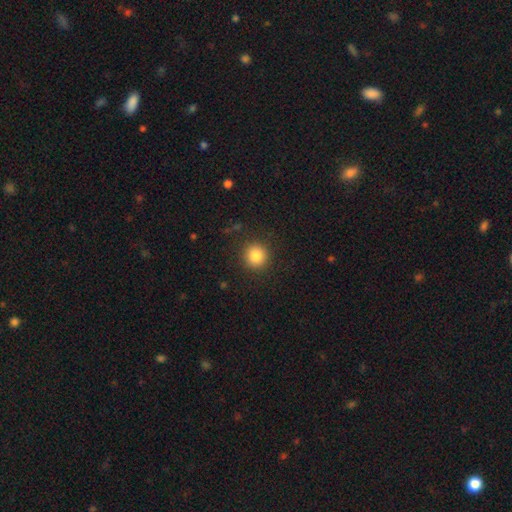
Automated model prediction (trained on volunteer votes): This appears to be a smooth galaxy with no disk features (84%) that is round (93%). Merging: none (90%).